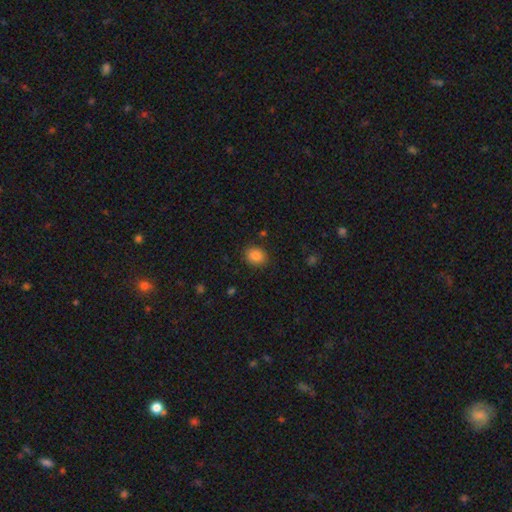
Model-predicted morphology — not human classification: Smooth or featured?
  - smooth: 86% *
  - star or artifact: 9%
  - featured or disk: 4%
How rounded?
  - round: 52% *
  - in between: 47%
  - cigar-shaped: 1%
Merging?
  - none: 87% *
  - minor disturbance: 9%
  - major disturbance: 3%
  - merger: 1%